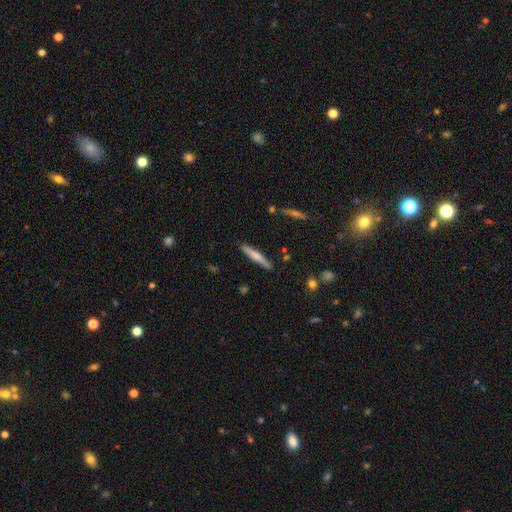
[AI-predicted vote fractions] Q: Smooth or featured?
A: smooth (59%); runner-up: featured or disk (36%)
Q: How rounded?
A: cigar-shaped (93%); runner-up: in between (5%)
Q: Merging?
A: none (88%); runner-up: minor disturbance (8%)